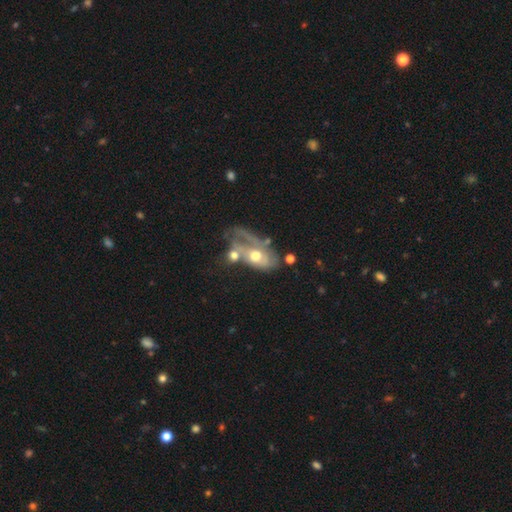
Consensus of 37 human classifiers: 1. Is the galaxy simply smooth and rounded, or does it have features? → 68% featured or disk, 30% smooth, 3% star or artifact.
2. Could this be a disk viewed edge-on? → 92% no, 8% yes.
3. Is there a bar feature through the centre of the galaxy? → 70% no, 26% weak, 4% strong.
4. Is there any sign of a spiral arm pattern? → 57% no, 43% yes.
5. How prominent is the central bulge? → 57% moderate, 26% large, 13% small, 4% none, 0% dominant.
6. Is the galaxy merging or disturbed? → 44% major disturbance, 28% merger, 22% none, 6% minor disturbance.